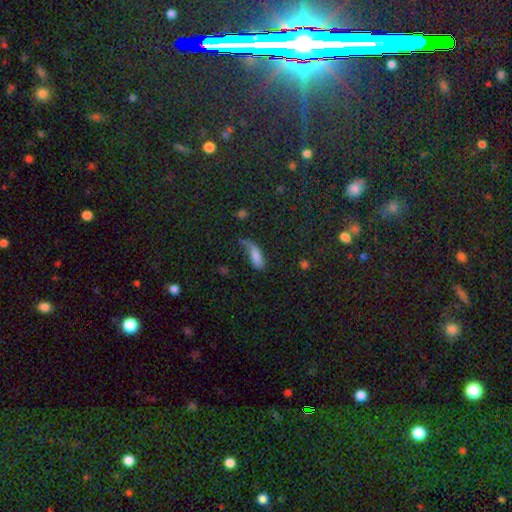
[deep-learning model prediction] Smooth or featured: smooth — 74% (featured or disk — 16%)
How rounded: in between — 65% (cigar-shaped — 32%)
Merging: none — 34% (minor disturbance — 31%)